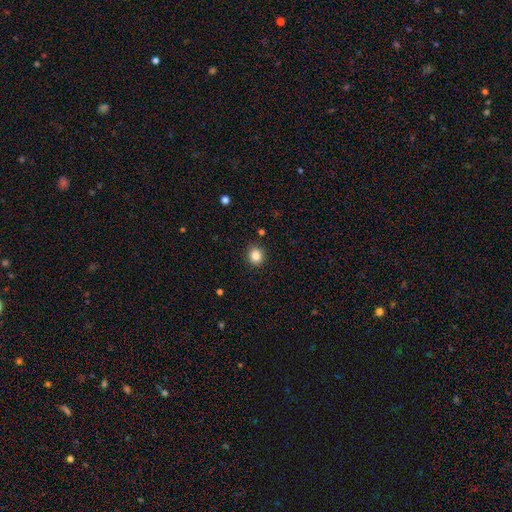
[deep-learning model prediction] Q: Smooth or featured?
A: smooth (84%); runner-up: star or artifact (11%)
Q: How rounded?
A: round (86%); runner-up: in between (13%)
Q: Merging?
A: none (91%); runner-up: minor disturbance (6%)